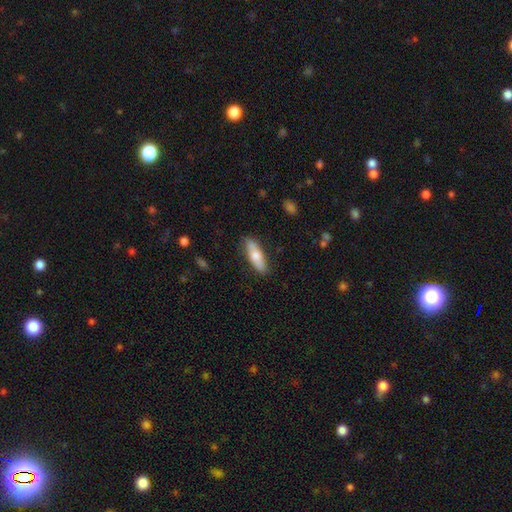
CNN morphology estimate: A smooth galaxy with no disk features (68%) that is in between round and cigar-shaped (50%). Merging: none (86%).